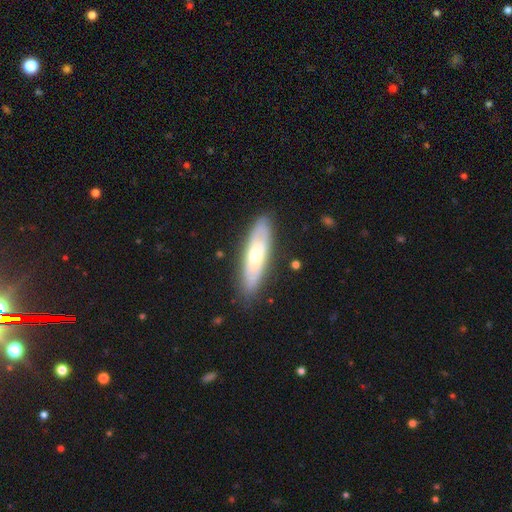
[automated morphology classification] Smooth or featured? smooth (51%)
How rounded? cigar-shaped (66%)
Merging? none (86%)